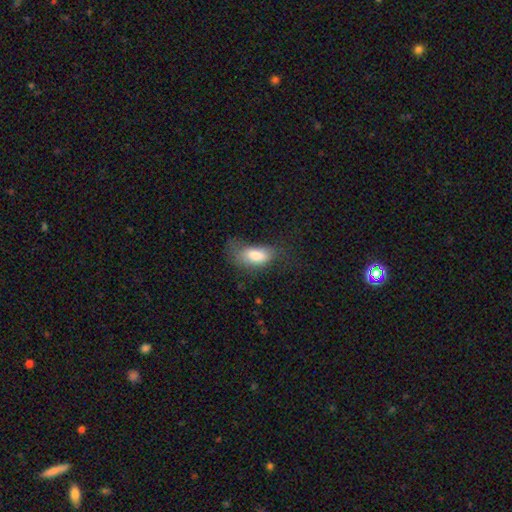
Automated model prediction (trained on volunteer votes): Smooth or featured?
  - smooth: 77% *
  - featured or disk: 15%
  - star or artifact: 8%
How rounded?
  - in between: 89% *
  - cigar-shaped: 6%
  - round: 5%
Merging?
  - none: 37% *
  - major disturbance: 32%
  - minor disturbance: 29%
  - merger: 2%